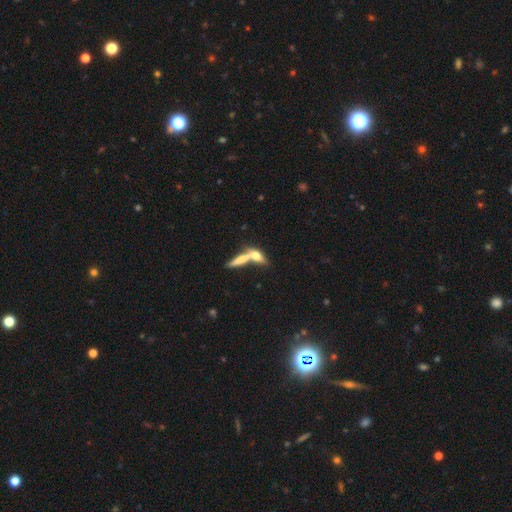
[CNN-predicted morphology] smooth-or-featured: smooth: 59% | featured or disk: 32% | star or artifact: 9%
  how-rounded: cigar-shaped: 51% | in between: 43% | round: 6%
  merging: merger: 57% | none: 30% | minor disturbance: 8% | major disturbance: 5%